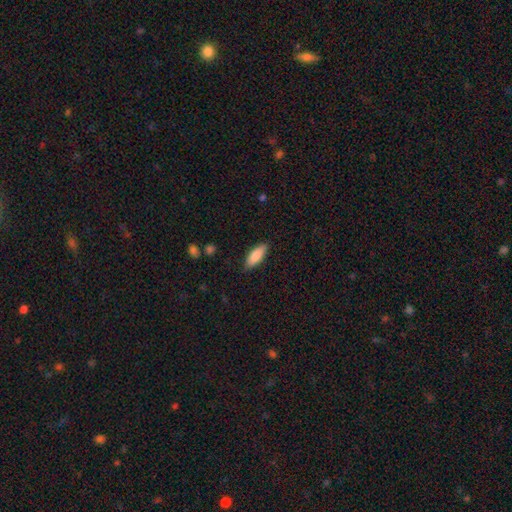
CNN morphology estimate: Smooth or featured: smooth — 85% (featured or disk — 9%)
How rounded: in between — 68% (cigar-shaped — 30%)
Merging: none — 86% (minor disturbance — 10%)